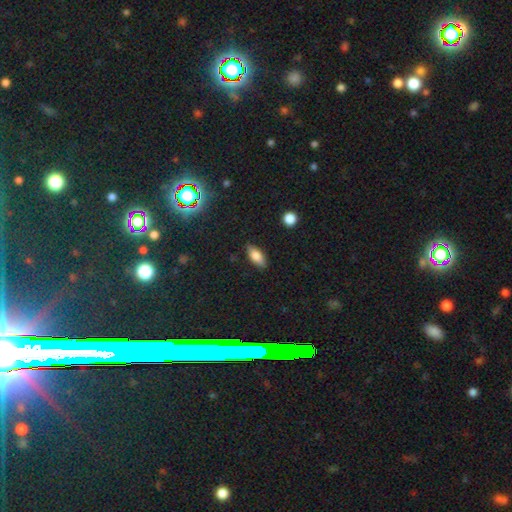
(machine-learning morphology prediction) smooth-or-featured: smooth: 78% | featured or disk: 14% | star or artifact: 9%
  how-rounded: in between: 81% | cigar-shaped: 15% | round: 3%
  merging: none: 86% | minor disturbance: 10% | major disturbance: 2% | merger: 1%